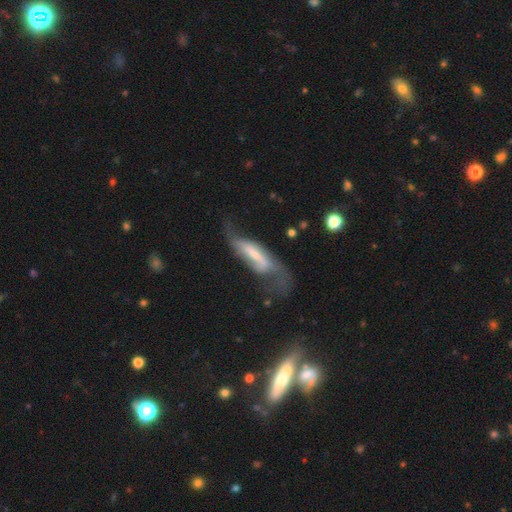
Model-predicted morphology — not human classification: The model was most divided on "merging": none: 37%, major disturbance: 34%, minor disturbance: 23%, merger: 6%. Remaining: spiral arms — yes (83%); edge-on disk — no (75%); smooth or featured — featured or disk (68%); bulge size — small (42%); bar — strong (40%).